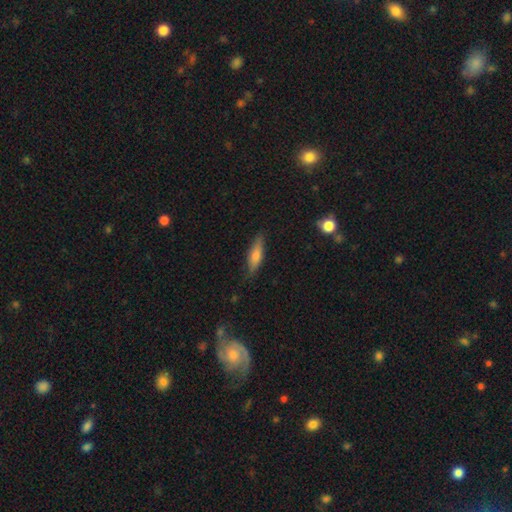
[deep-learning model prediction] Smooth or featured? Predicted: smooth (p=0.62). How rounded? Predicted: cigar-shaped (p=0.65). Merging? Predicted: none (p=0.82).